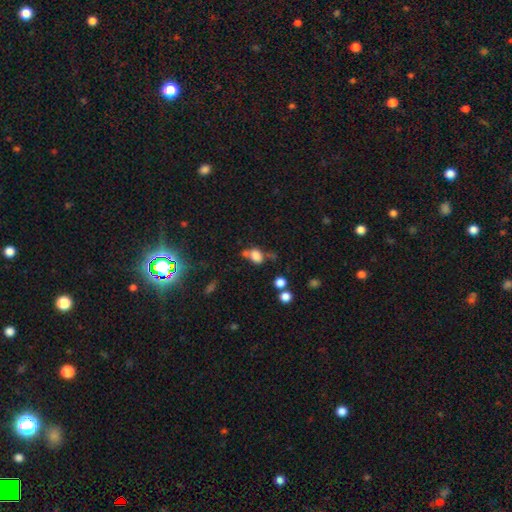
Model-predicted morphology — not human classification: Smooth or featured? smooth (74%)
How rounded? in between (65%)
Merging? none (43%)